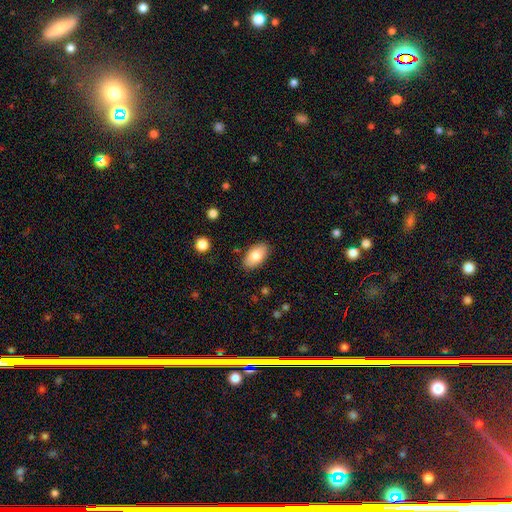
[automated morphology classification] A smooth galaxy with no disk features (83%) that is in between round and cigar-shaped (94%).

Vote fractions:
- Smooth or featured? smooth: 83% / featured or disk: 10% / star or artifact: 7%
- How rounded? in between: 94% / round: 4% / cigar-shaped: 2%
- Merging? none: 85% / minor disturbance: 11% / major disturbance: 2% / merger: 1%